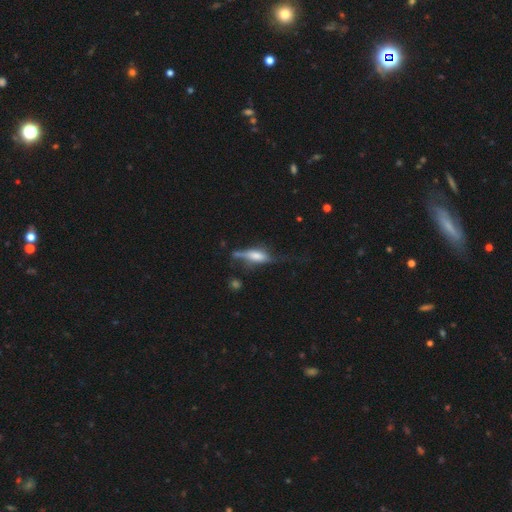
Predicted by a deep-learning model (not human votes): smooth_or_featured: featured or disk (p=0.48) [alt: smooth p=0.44]
merging: none (p=0.38) [alt: minor disturbance p=0.28]